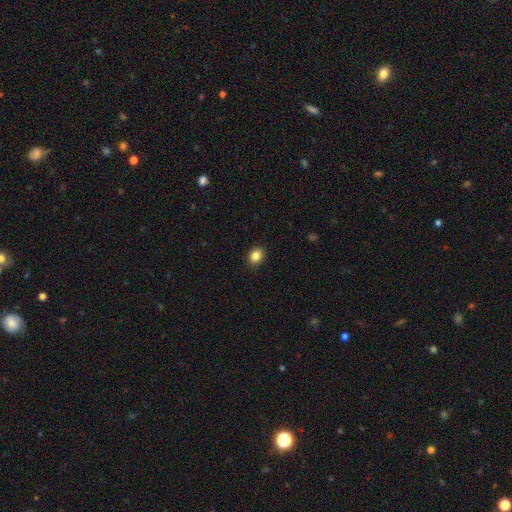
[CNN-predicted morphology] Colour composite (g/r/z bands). It shows a smooth galaxy with no disk features (86%) that is in between round and cigar-shaped (66%). Merging: none (90%).